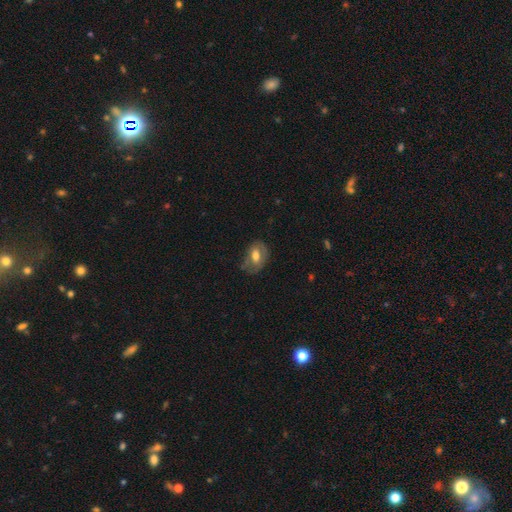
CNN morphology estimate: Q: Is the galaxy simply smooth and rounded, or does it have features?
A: smooth — 52%.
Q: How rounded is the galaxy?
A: in between — 81%.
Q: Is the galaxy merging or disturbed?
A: none — 57%.